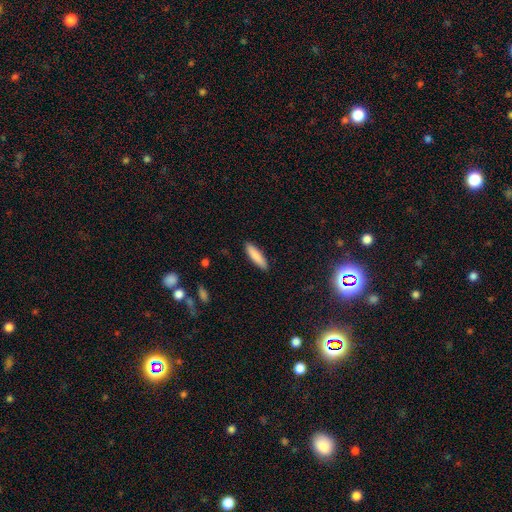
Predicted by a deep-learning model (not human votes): This appears to be a smooth galaxy with no disk features (86%) that is cigar-shaped (72%). Merging: none (90%).